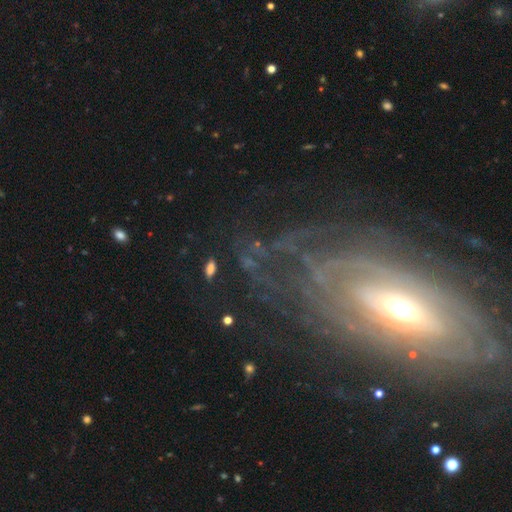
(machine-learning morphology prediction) smooth_or_featured: featured or disk (p=0.81) [alt: smooth p=0.11]
disk_edge_on: no (p=0.88) [alt: yes p=0.12]
bar: no (p=0.53) [alt: weak p=0.25]
has_spiral_arms: yes (p=0.76) [alt: no p=0.24]
spiral_winding: tight (p=0.73) [alt: medium p=0.19]
spiral_arm_count: can't tell (p=0.52) [alt: 2 p=0.15]
bulge_size: moderate (p=0.58) [alt: small p=0.29]
merging: none (p=0.70) [alt: minor disturbance p=0.15]